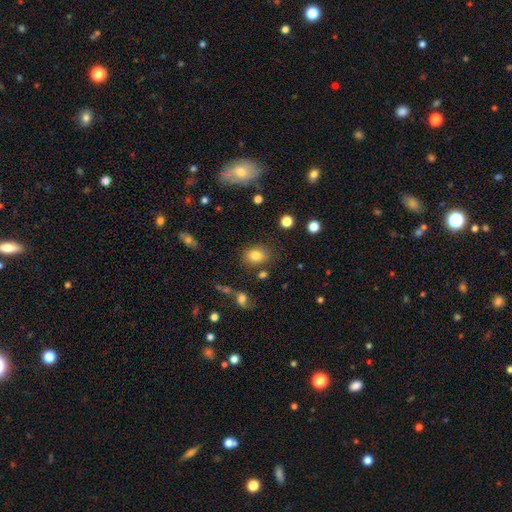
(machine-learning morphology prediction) Smooth or featured?
  - smooth: 80% *
  - star or artifact: 12%
  - featured or disk: 8%
How rounded?
  - in between: 57% *
  - round: 42%
  - cigar-shaped: 1%
Merging?
  - none: 77% *
  - minor disturbance: 13%
  - merger: 5%
  - major disturbance: 4%